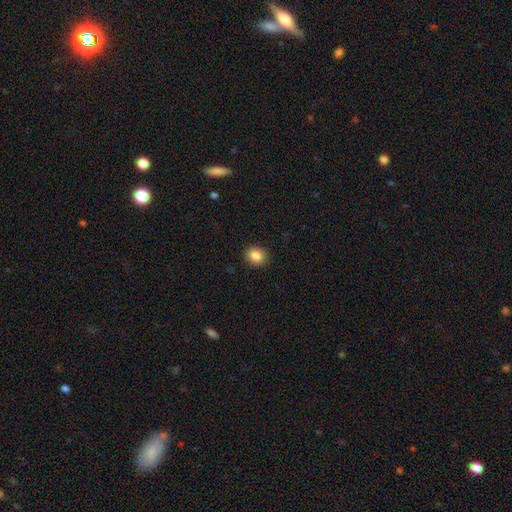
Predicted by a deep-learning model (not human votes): Smooth or featured? smooth (85%)
How rounded? round (68%)
Merging? none (90%)